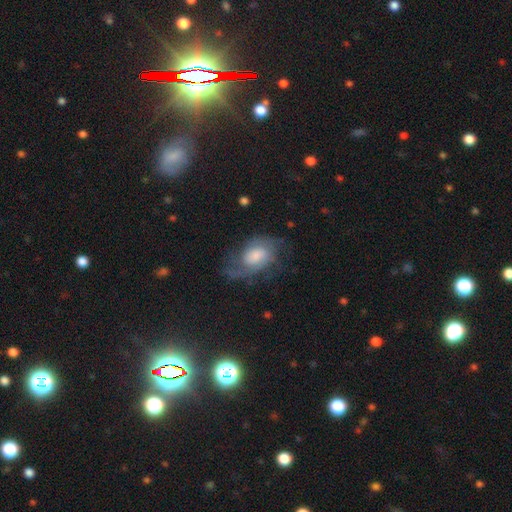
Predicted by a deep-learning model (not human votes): Overall: featured or disk (67%). Edge-on disk: no (96%). Bar: no (60%; weak 35%). Spiral arms: yes (90%). Spiral arm count: 2 (55%; can't tell 22%). Spiral winding: medium (46%; tight 31%). Bulge size: moderate (39%; large 29%). Merging: none (60%; minor disturbance 21%).